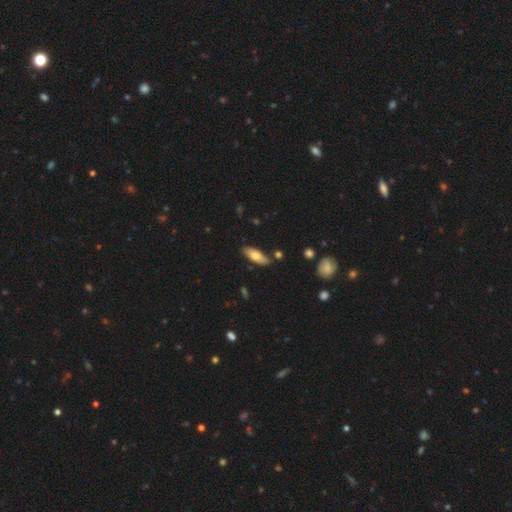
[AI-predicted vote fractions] Smooth or featured?
  - smooth: 73% *
  - featured or disk: 21%
  - star or artifact: 6%
How rounded?
  - in between: 70% *
  - cigar-shaped: 28%
  - round: 2%
Merging?
  - none: 77% *
  - minor disturbance: 16%
  - merger: 4%
  - major disturbance: 3%